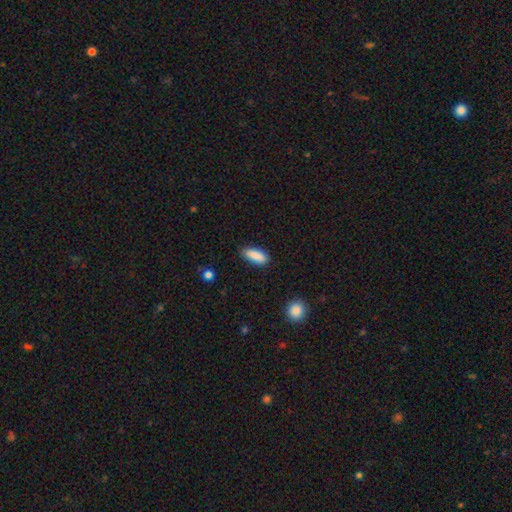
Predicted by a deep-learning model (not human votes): Smooth or featured? Predicted: smooth (p=0.89). How rounded? Predicted: in between (p=0.74). Merging? Predicted: none (p=0.84).